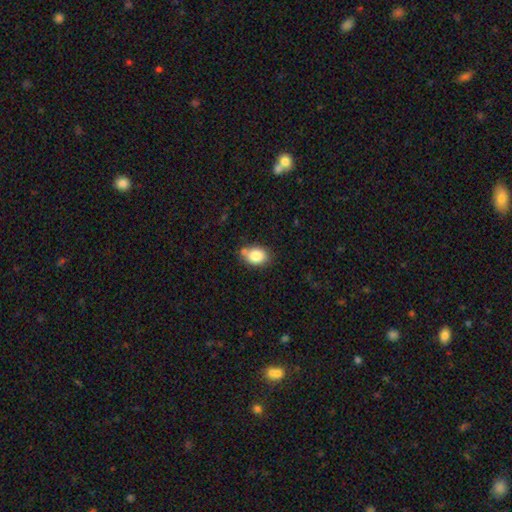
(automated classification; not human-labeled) Morphology: type=smooth (83%); roundness=in between (67%); merging=none (65%).